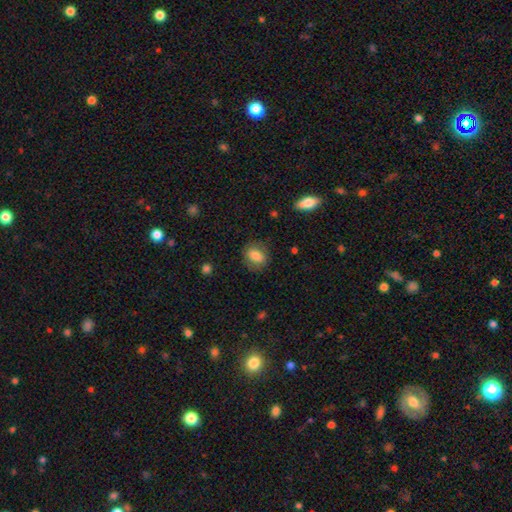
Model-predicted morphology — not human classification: type=smooth (80%); roundness=in between (59%); merging=none (80%).